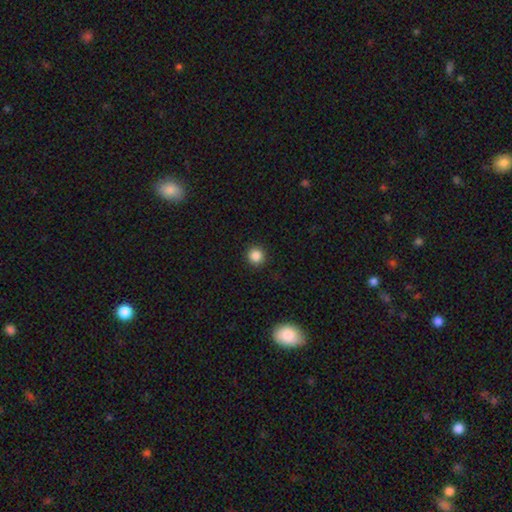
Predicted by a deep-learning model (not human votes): Smooth or featured?
  - smooth: 86% *
  - star or artifact: 11%
  - featured or disk: 3%
How rounded?
  - round: 95% *
  - in between: 4%
  - cigar-shaped: 1%
Merging?
  - none: 92% *
  - minor disturbance: 5%
  - major disturbance: 2%
  - merger: 1%